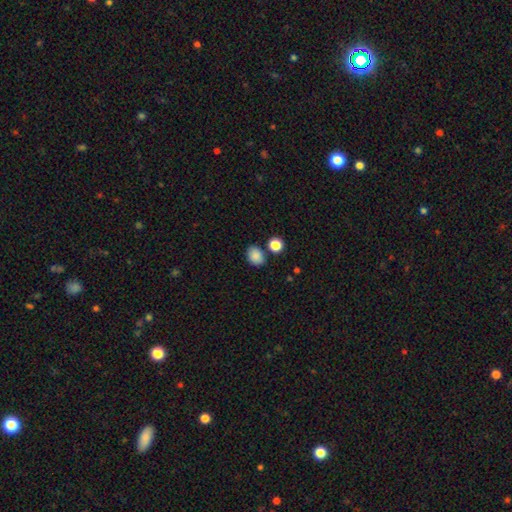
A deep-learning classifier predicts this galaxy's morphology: Smooth or featured? smooth (86%)
How rounded? in between (63%)
Merging? none (78%)